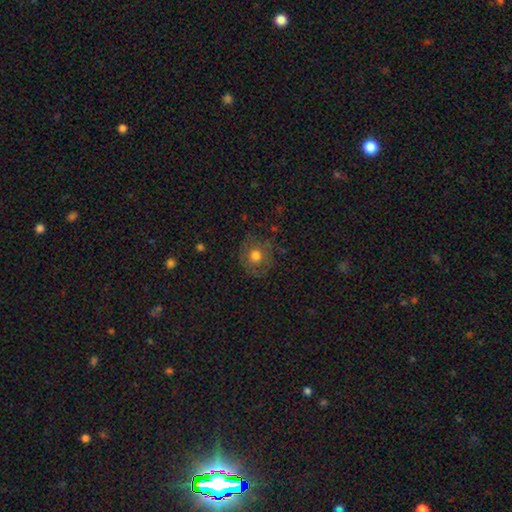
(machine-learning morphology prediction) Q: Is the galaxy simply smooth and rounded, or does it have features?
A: smooth — 67%.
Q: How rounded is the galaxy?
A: round — 87%.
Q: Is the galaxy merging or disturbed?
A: none — 76%.